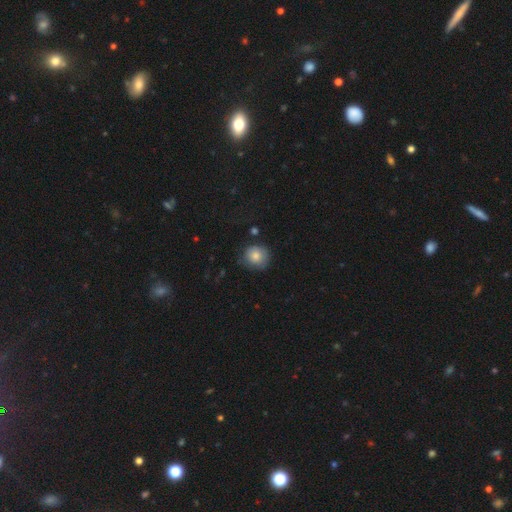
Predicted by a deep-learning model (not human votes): Smooth or featured? Predicted: smooth (p=0.81). How rounded? Predicted: round (p=0.87). Merging? Predicted: none (p=0.70).